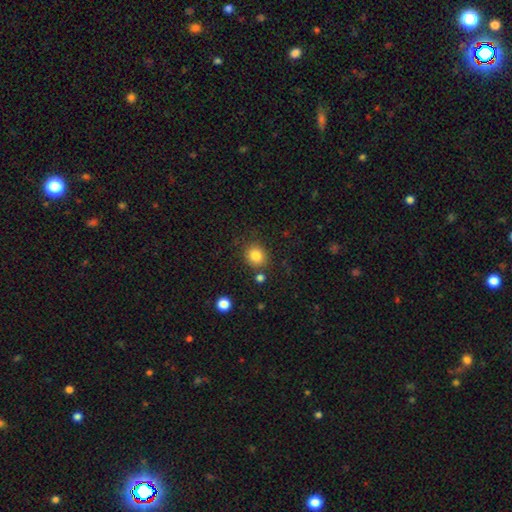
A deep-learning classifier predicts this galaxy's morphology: Smooth or featured: smooth — 84% (star or artifact — 11%)
How rounded: round — 78% (in between — 21%)
Merging: none — 81% (minor disturbance — 10%)